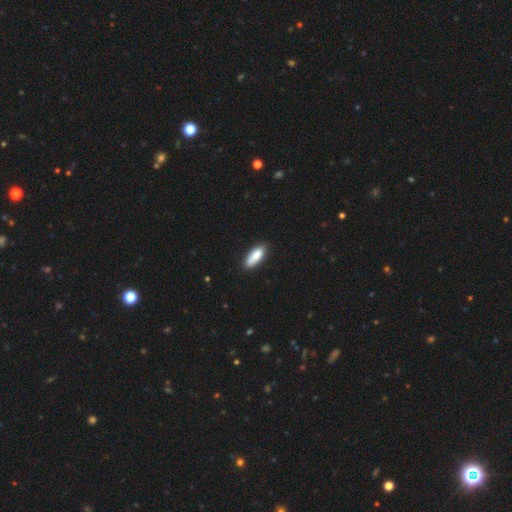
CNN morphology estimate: Smooth or featured?
  - smooth: 84% *
  - featured or disk: 10%
  - star or artifact: 6%
How rounded?
  - in between: 67% *
  - cigar-shaped: 31%
  - round: 2%
Merging?
  - none: 81% *
  - minor disturbance: 15%
  - major disturbance: 2%
  - merger: 2%